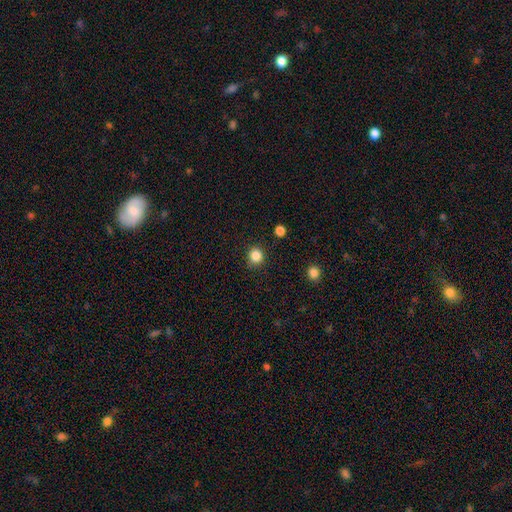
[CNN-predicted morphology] smooth_or_featured: smooth (p=0.86) [alt: star or artifact p=0.11]
how_rounded: round (p=0.89) [alt: in between p=0.10]
merging: none (p=0.88) [alt: minor disturbance p=0.08]